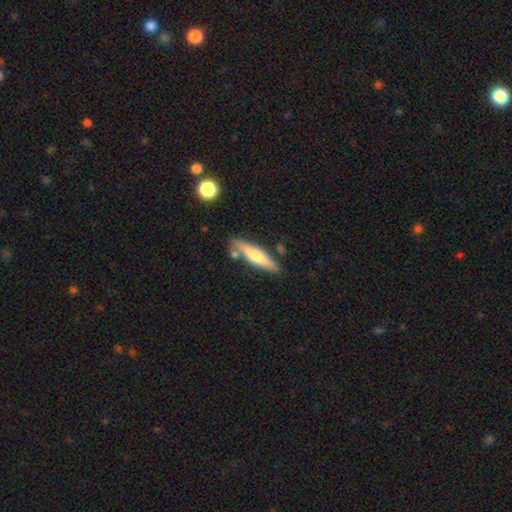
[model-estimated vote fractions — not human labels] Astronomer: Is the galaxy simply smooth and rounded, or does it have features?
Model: smooth — 54% (runner-up: featured or disk, 41%).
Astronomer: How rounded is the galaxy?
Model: cigar-shaped — 81%.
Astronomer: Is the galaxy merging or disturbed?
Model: none — 77%.